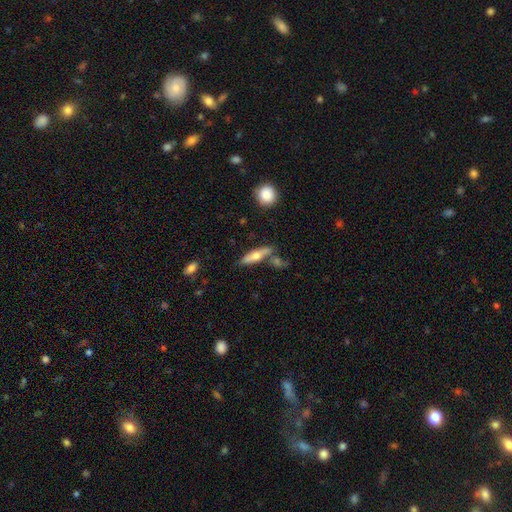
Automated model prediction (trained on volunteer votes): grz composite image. It shows a smooth galaxy with no disk features (55%) that is cigar-shaped (66%). Merging: none (64%).